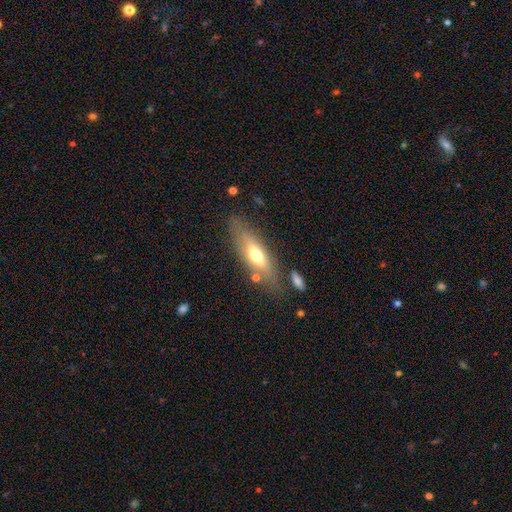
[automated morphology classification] Smooth or featured?
  - smooth: 56% *
  - featured or disk: 37%
  - star or artifact: 7%
How rounded?
  - in between: 49% *
  - cigar-shaped: 48%
  - round: 3%
Merging?
  - none: 71% *
  - minor disturbance: 17%
  - merger: 6%
  - major disturbance: 6%